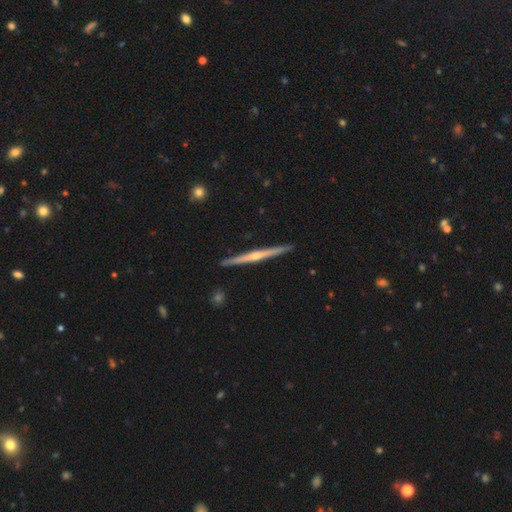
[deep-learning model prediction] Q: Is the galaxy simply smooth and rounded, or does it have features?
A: featured or disk — 76%.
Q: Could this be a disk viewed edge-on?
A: yes — 98%.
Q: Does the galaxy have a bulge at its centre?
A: rounded — 75%.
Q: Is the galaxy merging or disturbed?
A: none — 92%.